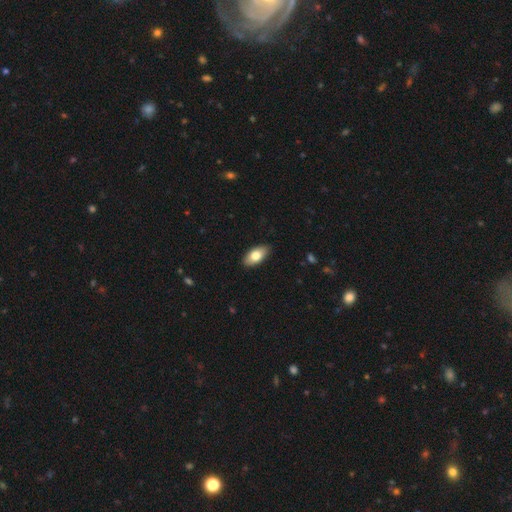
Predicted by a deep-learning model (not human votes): Q: Smooth or featured?
A: smooth (75%); runner-up: featured or disk (18%)
Q: How rounded?
A: in between (91%); runner-up: cigar-shaped (6%)
Q: Merging?
A: none (88%); runner-up: minor disturbance (9%)